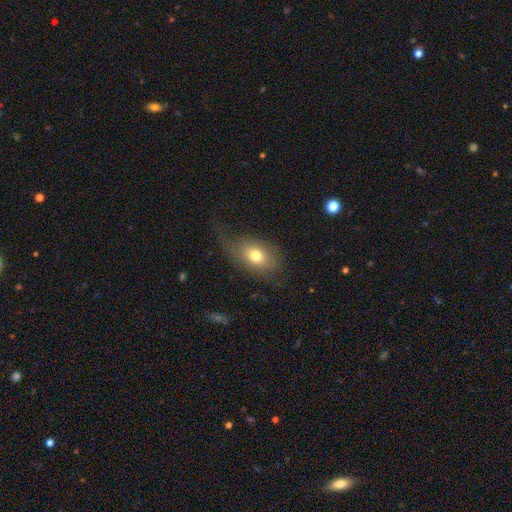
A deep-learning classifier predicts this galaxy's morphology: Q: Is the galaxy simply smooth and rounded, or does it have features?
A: smooth — 70%.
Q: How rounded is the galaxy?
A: in between — 84%.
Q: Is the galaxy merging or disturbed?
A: none — 55%.